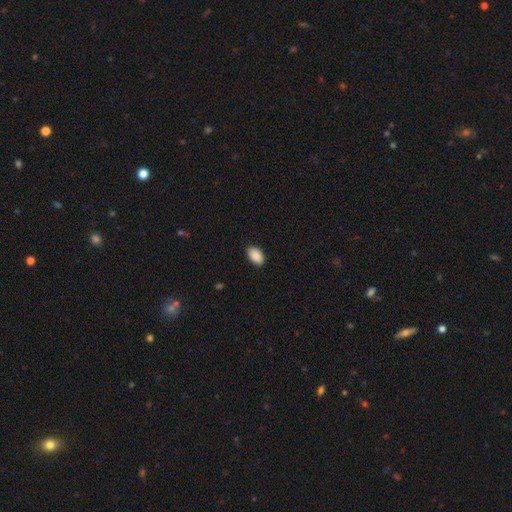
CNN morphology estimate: Smooth or featured? Predicted: smooth (p=0.90). How rounded? Predicted: in between (p=0.94). Merging? Predicted: none (p=0.87).